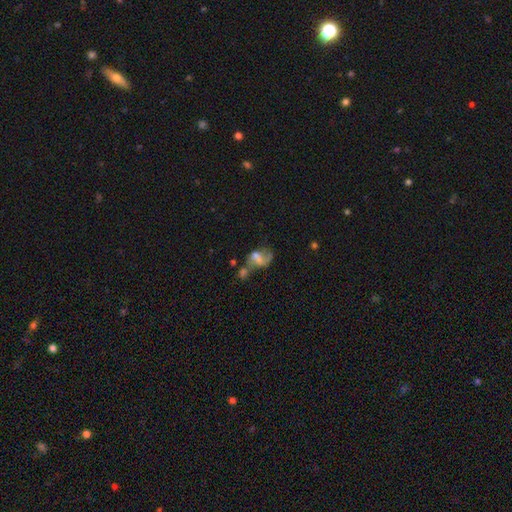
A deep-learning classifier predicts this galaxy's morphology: smooth-or-featured: smooth: 36% (tied) | featured or disk: 36% (tied) | star or artifact: 27%
  merging: none: 44% | merger: 31% | minor disturbance: 13% | major disturbance: 11%